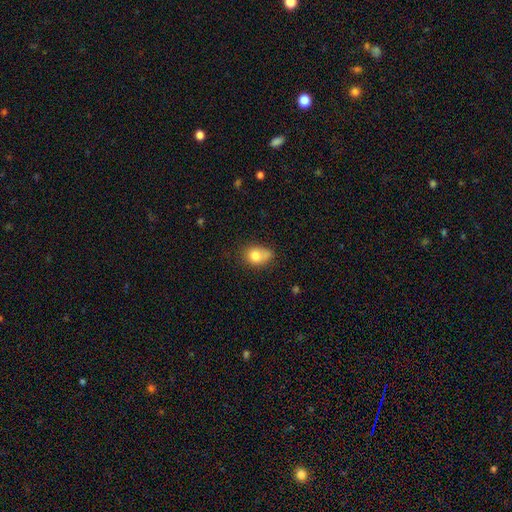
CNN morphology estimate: Overall: smooth (77%). How rounded: in between (52%; round 46%). Merging: none (40%; minor disturbance 29%).